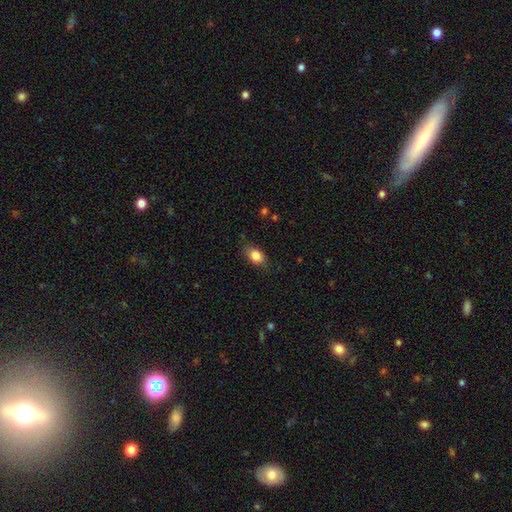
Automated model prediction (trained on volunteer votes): Morphology: type=smooth (85%); roundness=in between (81%); merging=none (80%).